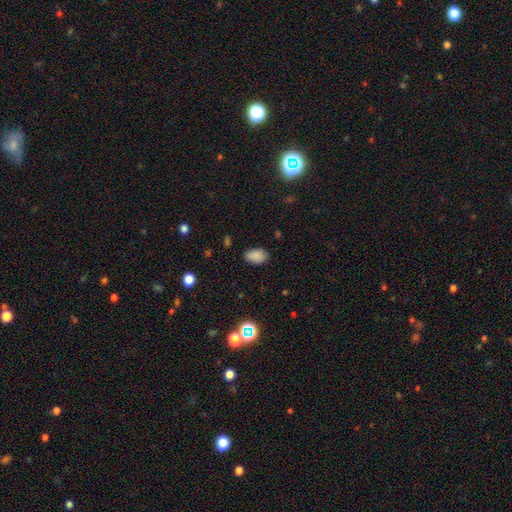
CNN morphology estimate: Smooth or featured? Predicted: smooth (p=0.86). How rounded? Predicted: in between (p=0.90). Merging? Predicted: none (p=0.82).